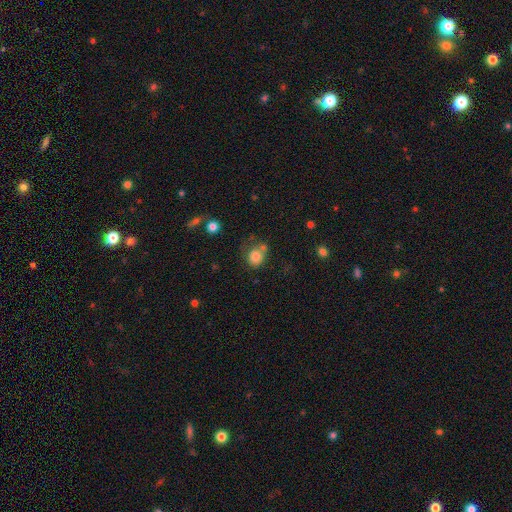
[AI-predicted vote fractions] The model was most divided on "merging": none: 54%, minor disturbance: 19%, merger: 18%, major disturbance: 9%. More confident: smooth or featured — smooth (80%); how rounded — round (71%).